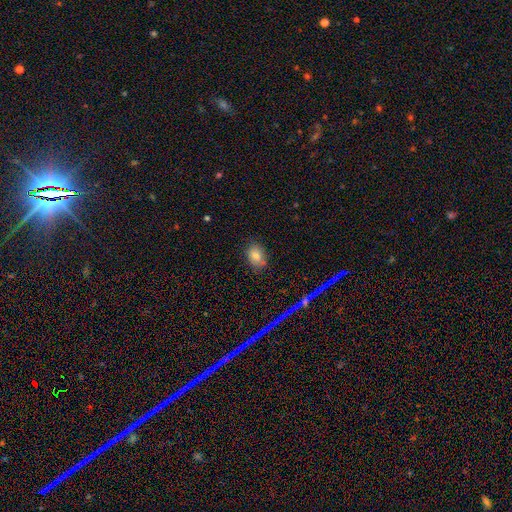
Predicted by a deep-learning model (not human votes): Q: Smooth or featured?
A: smooth (79%); runner-up: star or artifact (11%)
Q: How rounded?
A: in between (70%); runner-up: round (29%)
Q: Merging?
A: none (82%); runner-up: minor disturbance (13%)